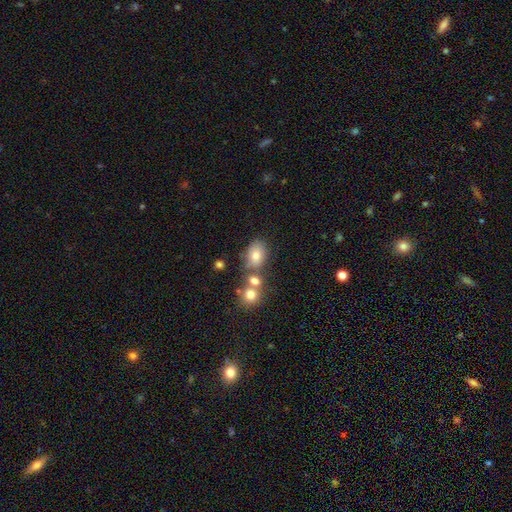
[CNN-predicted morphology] smooth_or_featured: smooth (p=0.72) [alt: star or artifact p=0.15]
how_rounded: in between (p=0.68) [alt: round p=0.30]
merging: none (p=0.53) [alt: merger p=0.29]